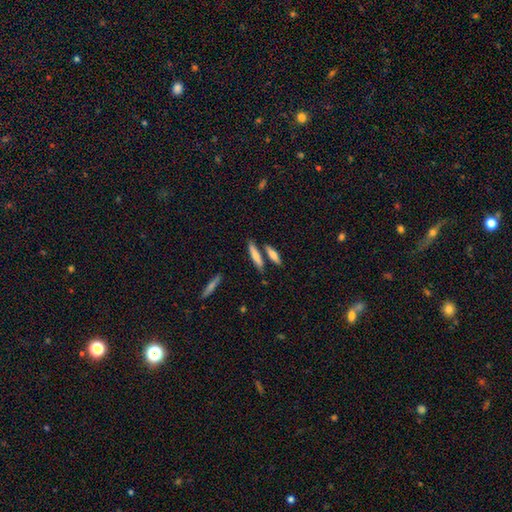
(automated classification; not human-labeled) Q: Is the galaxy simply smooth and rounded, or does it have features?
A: smooth — 67%.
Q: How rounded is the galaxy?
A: cigar-shaped — 82%.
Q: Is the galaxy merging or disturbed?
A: none — 72%.